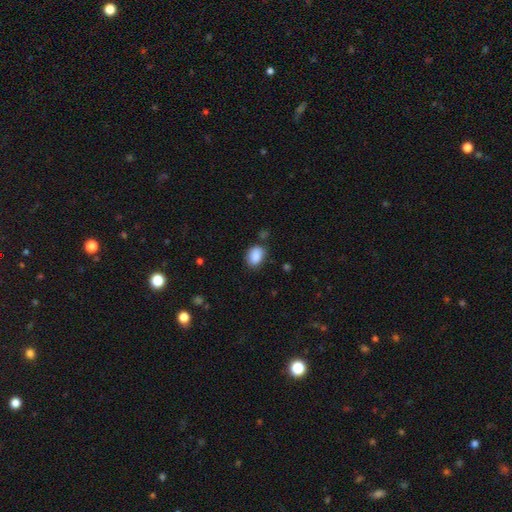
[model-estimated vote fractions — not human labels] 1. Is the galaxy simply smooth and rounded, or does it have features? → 89% smooth, 8% star or artifact, 4% featured or disk.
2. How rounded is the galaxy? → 78% in between, 20% round, 1% cigar-shaped.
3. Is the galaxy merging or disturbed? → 76% none, 17% minor disturbance, 4% major disturbance, 3% merger.